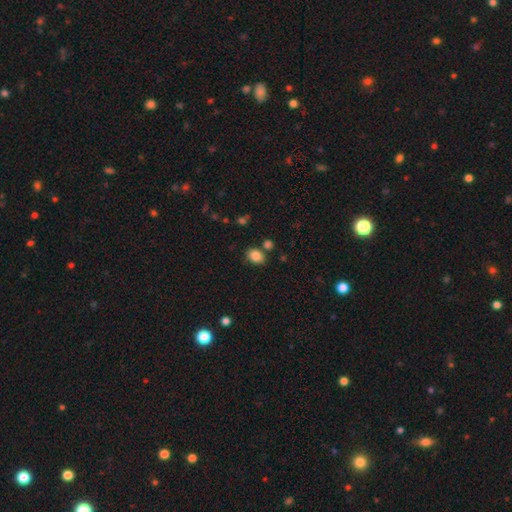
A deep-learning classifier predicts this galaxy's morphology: smooth_or_featured: smooth (p=0.85) [alt: star or artifact p=0.10]
how_rounded: in between (p=0.62) [alt: round p=0.37]
merging: none (p=0.75) [alt: minor disturbance p=0.12]